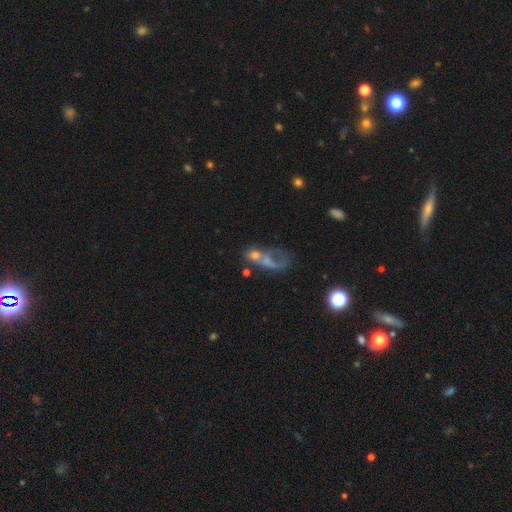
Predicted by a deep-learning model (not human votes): The model was most divided on "smooth or featured": featured or disk: 44%, smooth: 37%, star or artifact: 19%. Remaining: merging — major disturbance (43%).